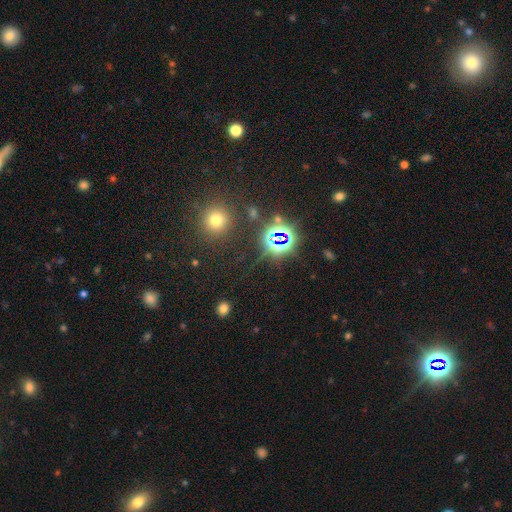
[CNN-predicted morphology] star or artifact 55%, smooth 38%, featured or disk 7%.